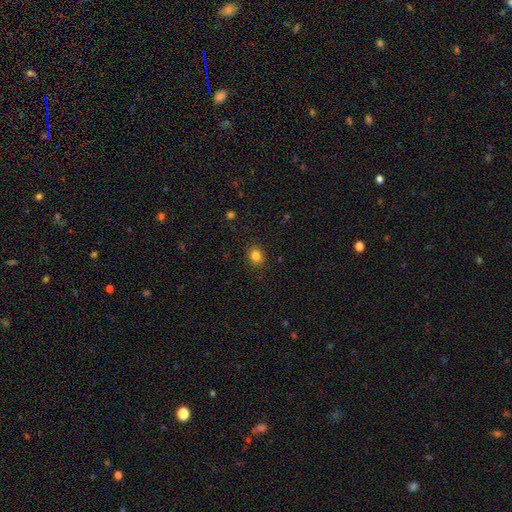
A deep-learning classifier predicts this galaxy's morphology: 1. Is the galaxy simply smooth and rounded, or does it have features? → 83% smooth, 12% star or artifact, 6% featured or disk.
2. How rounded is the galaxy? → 63% round, 36% in between, 1% cigar-shaped.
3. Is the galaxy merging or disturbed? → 87% none, 9% minor disturbance, 3% major disturbance, 1% merger.